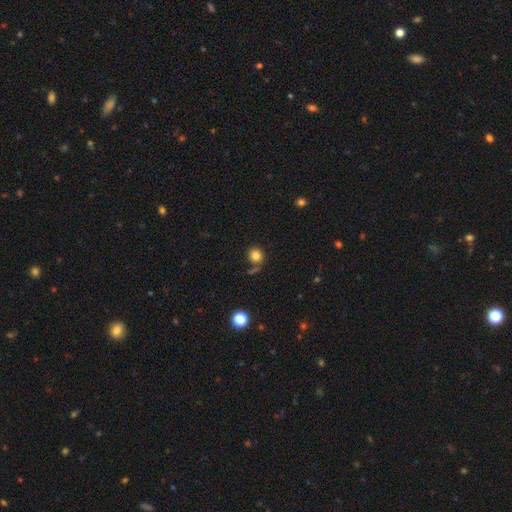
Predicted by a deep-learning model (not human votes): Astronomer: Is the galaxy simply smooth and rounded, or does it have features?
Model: smooth — 82%.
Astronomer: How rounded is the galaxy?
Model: round — 86%.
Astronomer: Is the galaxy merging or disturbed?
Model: none — 74%.